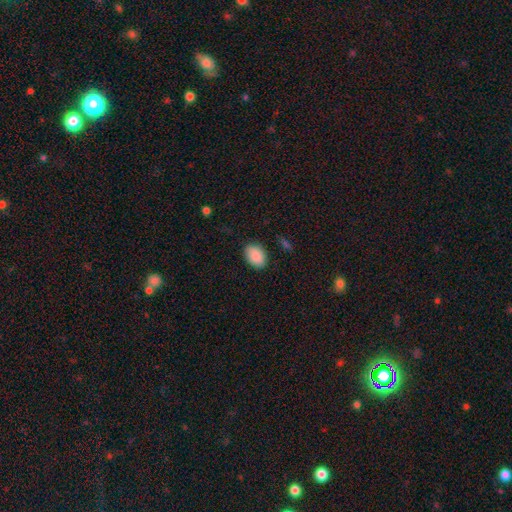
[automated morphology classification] This appears to be a smooth galaxy with no disk features (90%) that is in between round and cigar-shaped (80%). Merging: none (85%).